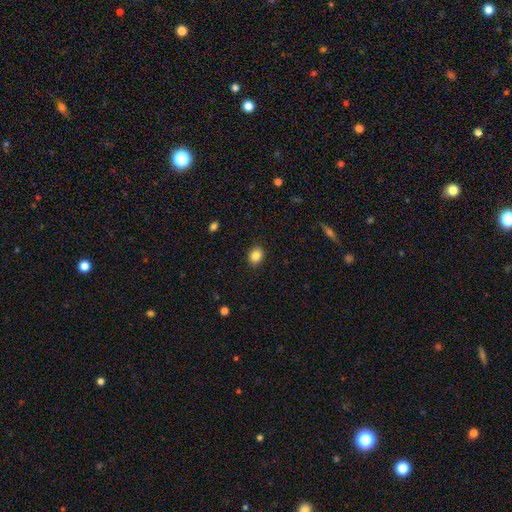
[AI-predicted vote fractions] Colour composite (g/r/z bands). It shows a smooth galaxy with no disk features (85%) that is round (53%). Merging: none (90%).